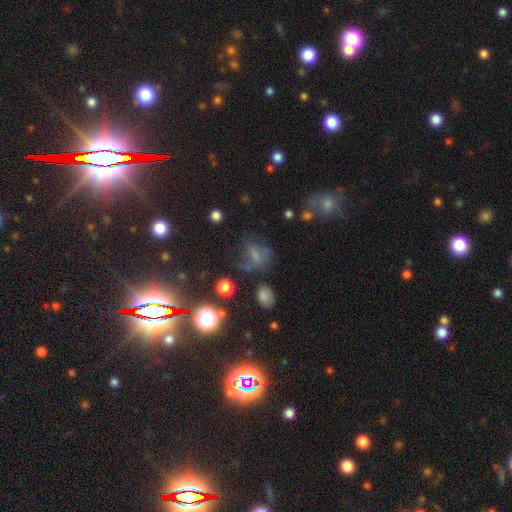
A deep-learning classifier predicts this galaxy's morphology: This appears to be a smooth galaxy with no disk features (50%). Merging: none (41%).